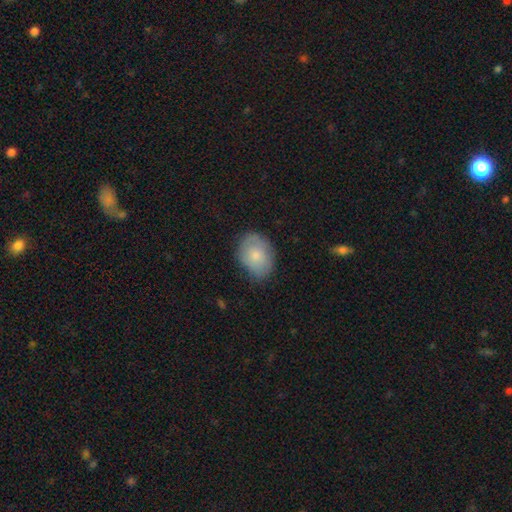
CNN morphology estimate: A smooth galaxy with no disk features (76%) that is in between round and cigar-shaped (74%).

Vote fractions:
- Smooth or featured? smooth: 76% / featured or disk: 17% / star or artifact: 7%
- How rounded? in between: 74% / round: 25% / cigar-shaped: 1%
- Merging? none: 72% / minor disturbance: 22% / major disturbance: 4% / merger: 1%